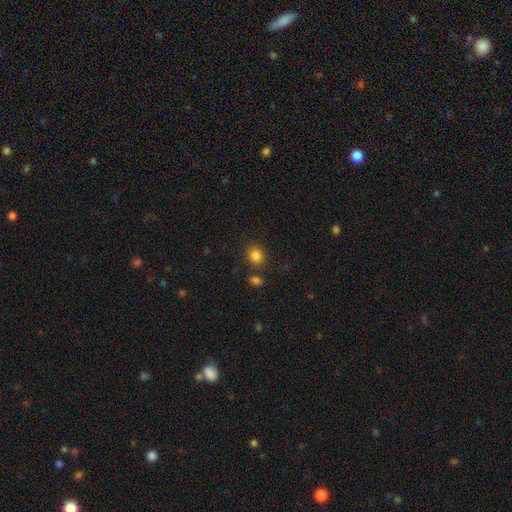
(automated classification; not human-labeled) A smooth galaxy with no disk features (84%) that is round (63%).

Vote fractions:
- Smooth or featured? smooth: 84% / star or artifact: 11% / featured or disk: 5%
- How rounded? round: 63% / in between: 36% / cigar-shaped: 1%
- Merging? none: 79% / minor disturbance: 10% / merger: 7% / major disturbance: 3%